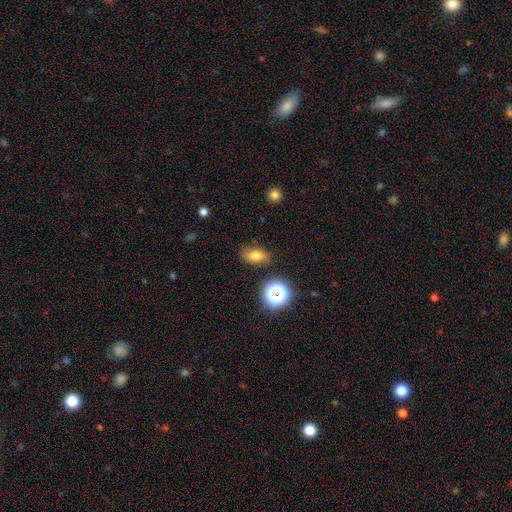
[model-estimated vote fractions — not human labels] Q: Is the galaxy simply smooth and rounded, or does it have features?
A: smooth — 72%.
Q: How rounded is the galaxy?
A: in between — 80%.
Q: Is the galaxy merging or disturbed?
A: none — 82%.